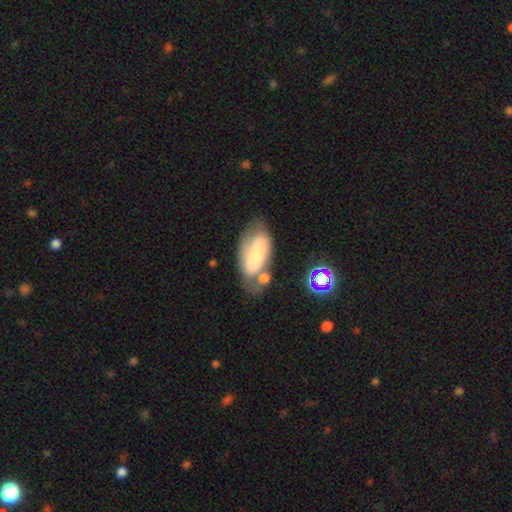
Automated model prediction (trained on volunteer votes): Smooth or featured? Predicted: smooth (p=0.54). How rounded? Predicted: in between (p=0.89). Merging? Predicted: none (p=0.47).